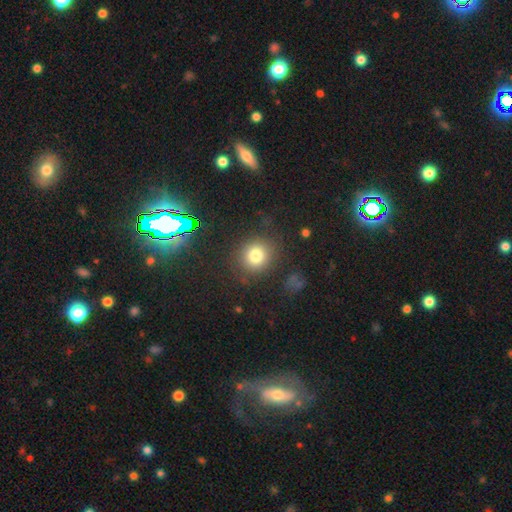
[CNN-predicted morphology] A smooth galaxy with no disk features (78%) that is round (84%). Merging: none (83%).